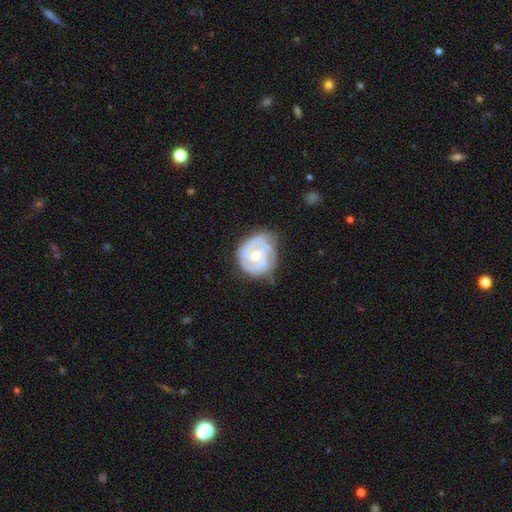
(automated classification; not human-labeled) The model was most divided on "bulge size": moderate: 52%, small: 44%, large: 2%, none: 1%, dominant: 1%. Remaining: edge-on disk — no (98%); spiral arms — yes (97%); smooth or featured — featured or disk (88%); merging — none (70%); spiral winding — tight (67%); bar — no (58%); spiral arm count — 3 (46%).